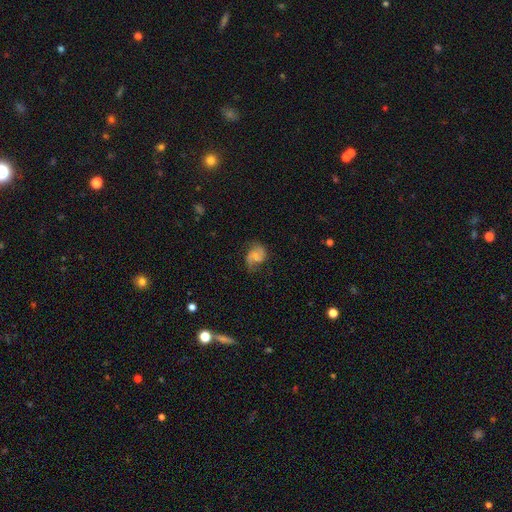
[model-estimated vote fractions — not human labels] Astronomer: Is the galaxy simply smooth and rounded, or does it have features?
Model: featured or disk — 73%.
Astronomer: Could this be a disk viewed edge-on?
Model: no — 98%.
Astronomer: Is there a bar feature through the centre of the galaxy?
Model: no — 50% (runner-up: weak, 41%).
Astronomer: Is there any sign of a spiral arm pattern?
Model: yes — 94%.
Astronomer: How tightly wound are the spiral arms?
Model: medium — 45% (runner-up: loose, 40%).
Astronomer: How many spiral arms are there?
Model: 2 — 86%.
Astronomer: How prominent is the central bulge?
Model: small — 45% (runner-up: none, 29%).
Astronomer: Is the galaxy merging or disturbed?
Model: none — 64%.